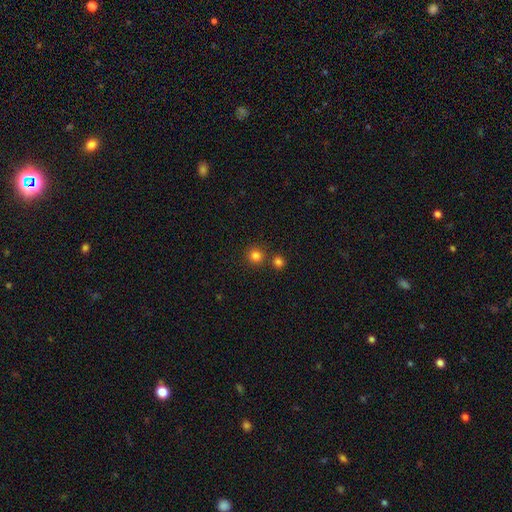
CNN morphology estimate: Overall: smooth (81%). How rounded: round (92%). Merging: none (77%).